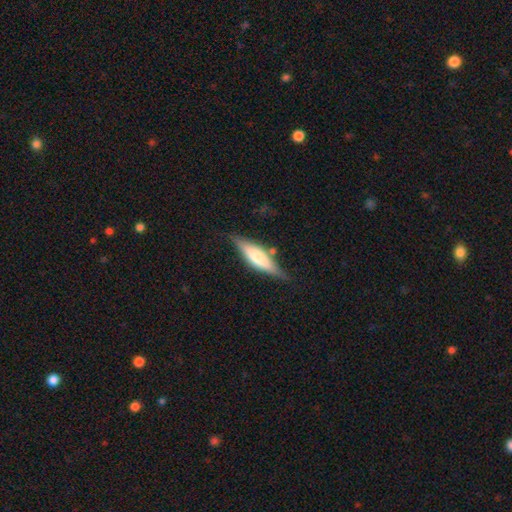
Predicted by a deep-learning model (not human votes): Morphology: type=featured or disk (55%); edge-on=yes (92%); edge-on bulge=rounded (72%); merging=none (76%).